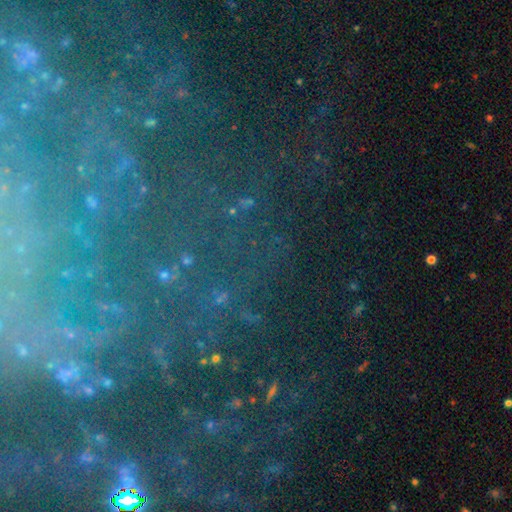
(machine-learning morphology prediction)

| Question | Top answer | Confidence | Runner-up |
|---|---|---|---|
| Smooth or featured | star or artifact | 48% | featured or disk (38%) |